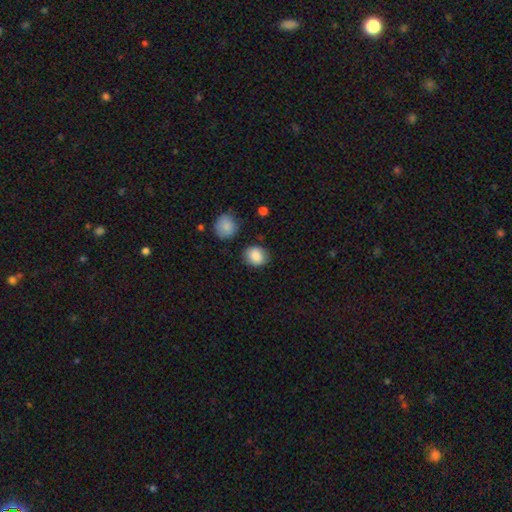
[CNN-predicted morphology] Smooth or featured: smooth — 87% (star or artifact — 8%)
How rounded: round — 61% (in between — 38%)
Merging: none — 81% (minor disturbance — 13%)